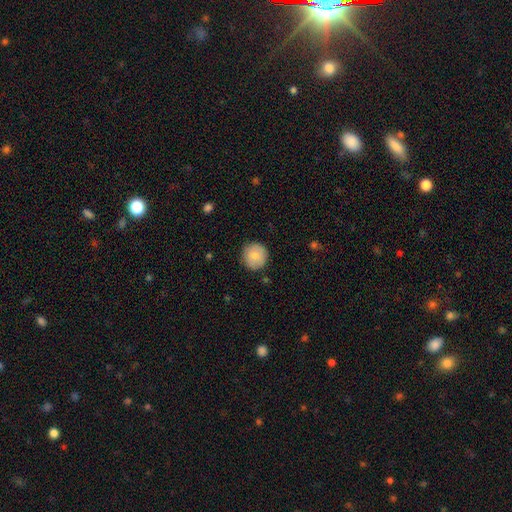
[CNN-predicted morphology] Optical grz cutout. It shows a smooth galaxy with no disk features (82%) that is round (94%). Merging: none (88%).